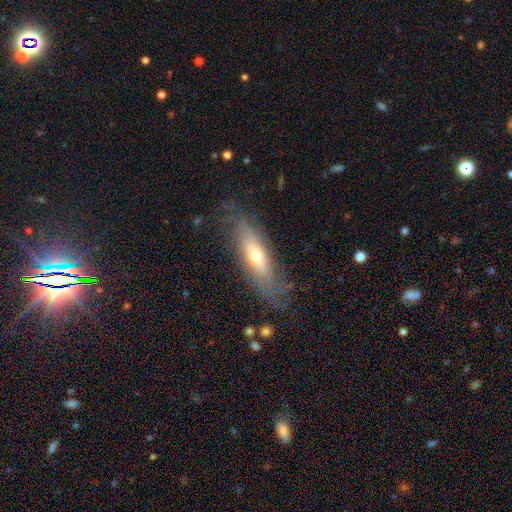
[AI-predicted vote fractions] A featured or disk galaxy (58%).

Vote fractions:
- Smooth or featured? featured or disk: 58% / smooth: 35% / star or artifact: 7%
- Edge-on disk? no: 62% / yes: 38%
- Merging? none: 69% / minor disturbance: 19% / major disturbance: 10% / merger: 2%